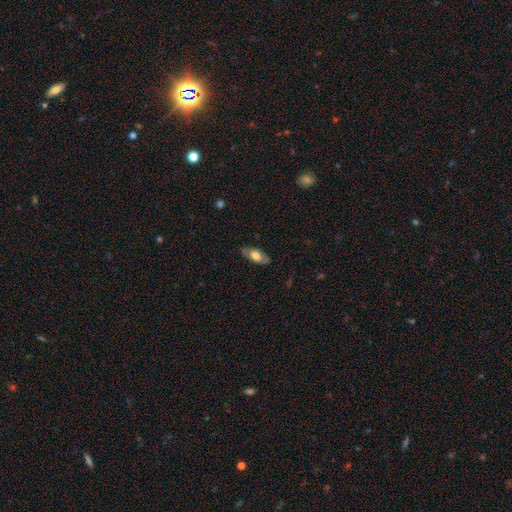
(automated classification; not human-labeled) A smooth galaxy with no disk features (57%) that is in between round and cigar-shaped (84%).

Vote fractions:
- Smooth or featured? smooth: 57% / featured or disk: 37% / star or artifact: 6%
- How rounded? in between: 84% / cigar-shaped: 13% / round: 3%
- Merging? none: 81% / minor disturbance: 15% / major disturbance: 3% / merger: 1%